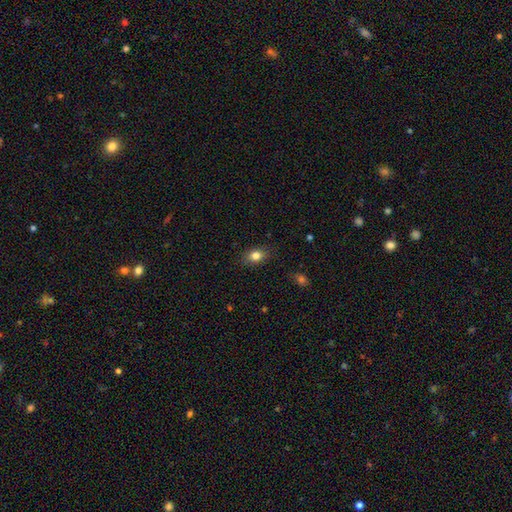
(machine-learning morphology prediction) smooth-or-featured: smooth: 81% | star or artifact: 10% | featured or disk: 9%
  how-rounded: in between: 71% | round: 27% | cigar-shaped: 2%
  merging: none: 83% | minor disturbance: 13% | major disturbance: 3% | merger: 1%